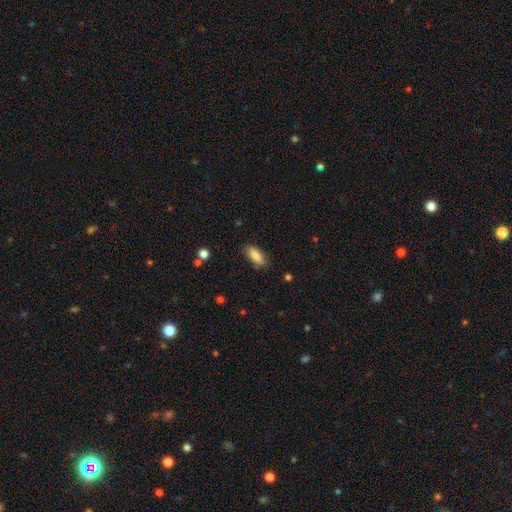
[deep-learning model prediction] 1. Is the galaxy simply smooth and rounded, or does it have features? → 86% smooth, 8% featured or disk, 7% star or artifact.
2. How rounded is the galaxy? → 75% in between, 22% cigar-shaped, 2% round.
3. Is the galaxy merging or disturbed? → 82% none, 14% minor disturbance, 3% major disturbance, 2% merger.